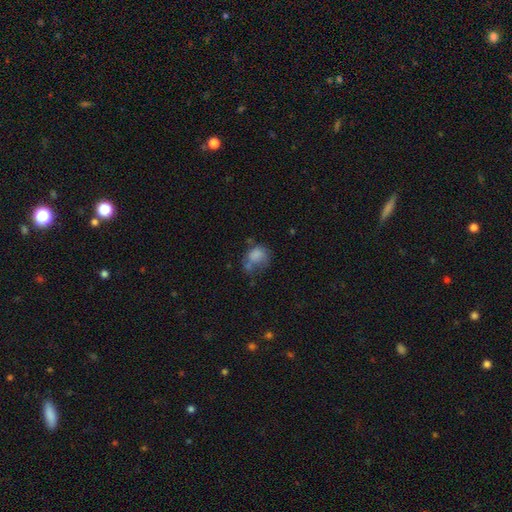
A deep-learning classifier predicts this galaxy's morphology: A smooth galaxy with no disk features (70%) that is in between round and cigar-shaped (50%).

Vote fractions:
- Smooth or featured? smooth: 70% / featured or disk: 20% / star or artifact: 10%
- How rounded? in between: 50% / round: 49% / cigar-shaped: 1%
- Merging? major disturbance: 29% / none: 28% / minor disturbance: 25% / merger: 17%